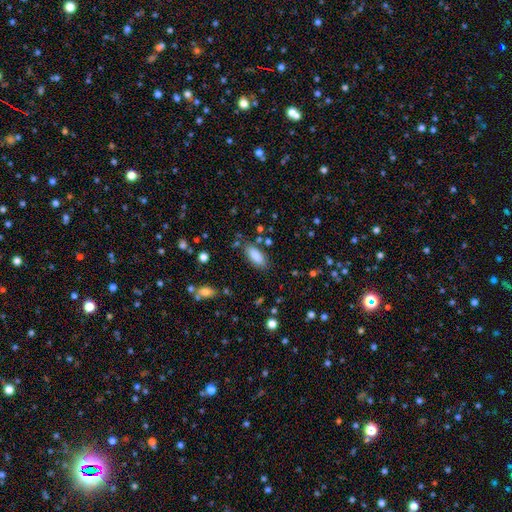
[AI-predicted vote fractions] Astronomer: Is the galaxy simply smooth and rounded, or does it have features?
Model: smooth — 87%.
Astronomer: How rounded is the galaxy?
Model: in between — 82%.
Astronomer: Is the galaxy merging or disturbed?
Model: none — 81%.